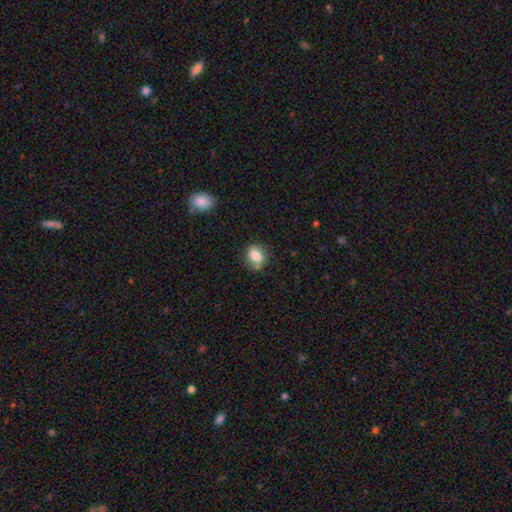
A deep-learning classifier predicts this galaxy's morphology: smooth-or-featured: smooth: 77% | featured or disk: 14% | star or artifact: 9%
  how-rounded: round: 53% | in between: 46% | cigar-shaped: 1%
  merging: none: 73% | minor disturbance: 19% | major disturbance: 4% | merger: 4%